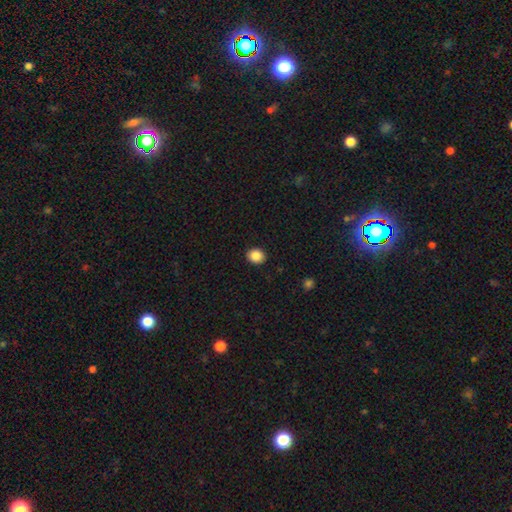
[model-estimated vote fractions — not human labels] The model was most divided on "how rounded": round: 65%, in between: 34%, cigar-shaped: 1%. More confident: merging — none (92%); smooth or featured — smooth (87%).